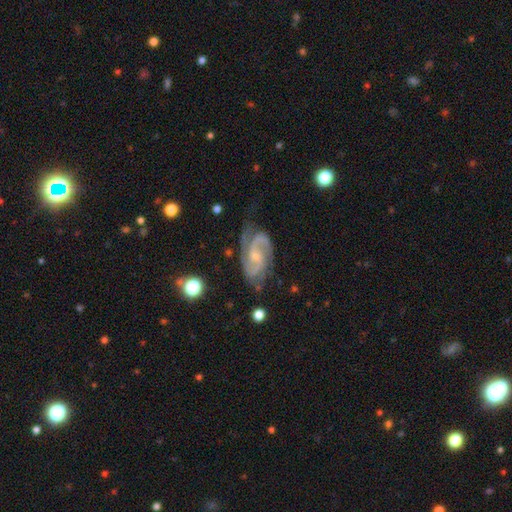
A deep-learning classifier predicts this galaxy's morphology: This appears to be a featured or disk galaxy (90%) with no bar (46%), 2 (83%) medium (53%) spiral arms (98%) and a small central bulge (59%). Merging: none (70%).